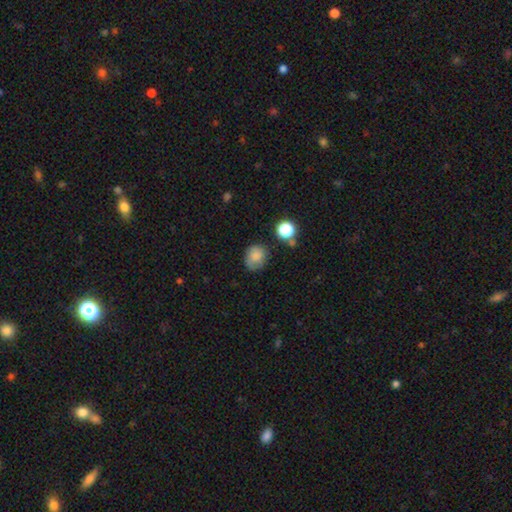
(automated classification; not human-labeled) Smooth or featured?
  - smooth: 80% *
  - star or artifact: 11%
  - featured or disk: 8%
How rounded?
  - round: 64% *
  - in between: 35%
  - cigar-shaped: 1%
Merging?
  - none: 65% *
  - minor disturbance: 24%
  - major disturbance: 7%
  - merger: 4%